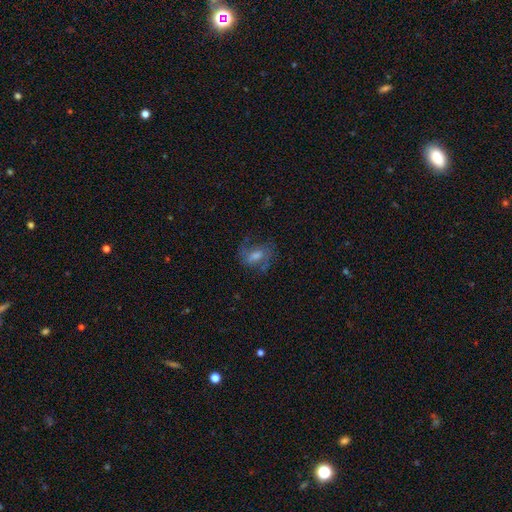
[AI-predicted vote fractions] smooth-or-featured: featured or disk: 56% | smooth: 28% | star or artifact: 16%
  disk-edge-on: no: 95% | yes: 5%
    bar: weak: 47% | no: 33% | strong: 20%
    has-spiral-arms: yes: 79% | no: 21%
    bulge-size: moderate: 46% | small: 27% | large: 15% | none: 10% | dominant: 2%
  merging: none: 63% | minor disturbance: 19% | major disturbance: 16% | merger: 2%